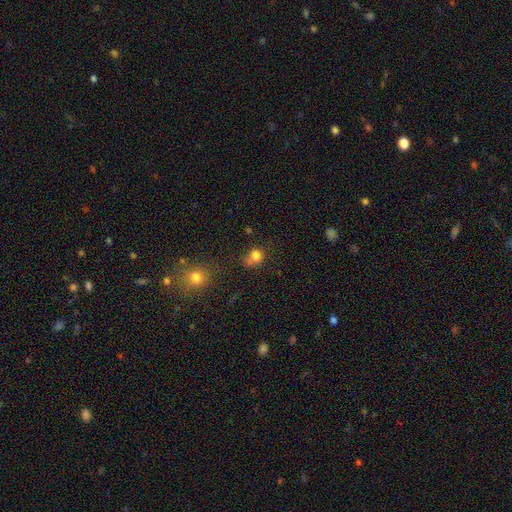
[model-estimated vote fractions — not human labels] The model was most divided on "merging": none: 46%, minor disturbance: 23%, merger: 18%, major disturbance: 13%. More confident: smooth or featured — smooth (78%); how rounded — round (71%).